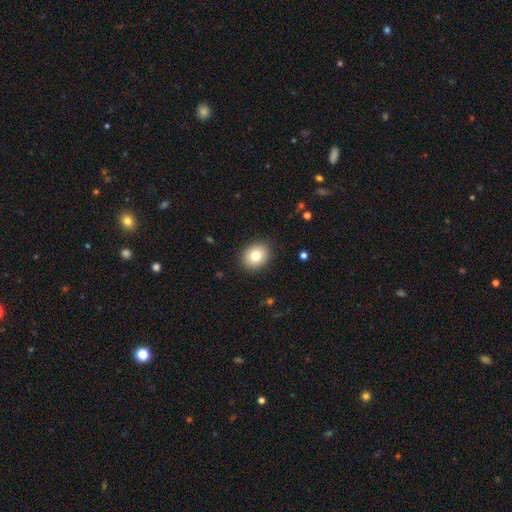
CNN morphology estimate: Smooth or featured?
  - smooth: 79% *
  - featured or disk: 12%
  - star or artifact: 10%
How rounded?
  - round: 62% *
  - in between: 37%
  - cigar-shaped: 1%
Merging?
  - none: 90% *
  - minor disturbance: 7%
  - major disturbance: 2%
  - merger: 1%